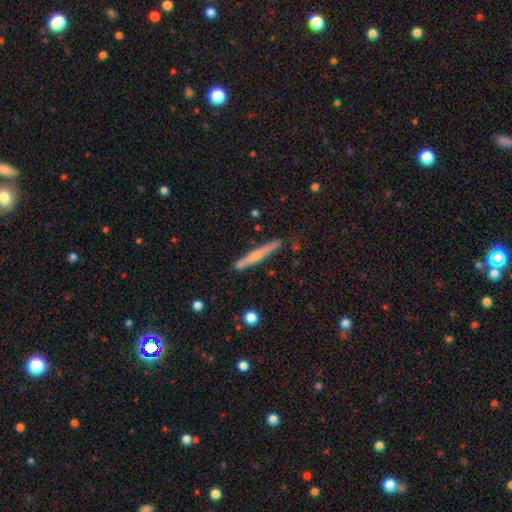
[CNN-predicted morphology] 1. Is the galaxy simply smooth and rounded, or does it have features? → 49% smooth, 45% featured or disk, 6% star or artifact.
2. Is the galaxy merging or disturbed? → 81% none, 12% minor disturbance, 4% merger, 2% major disturbance.